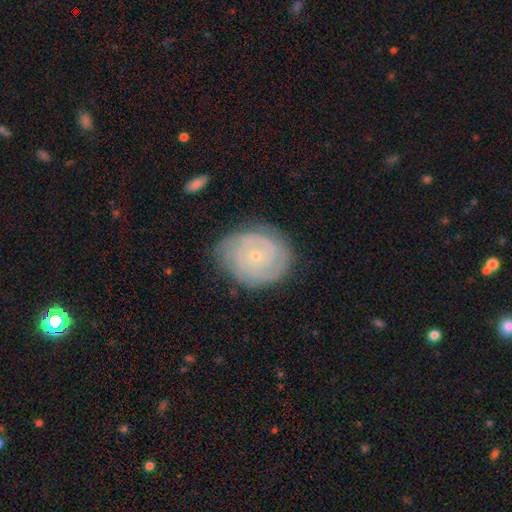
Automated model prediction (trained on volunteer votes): This is likely a featured or disk galaxy (77%). It is clearly not viewed edge-on (97%). Bar: clearly no (80%). Spiral arm pattern: clearly yes (92%). Spiral arm count: marginally can't tell (34%). Spiral winding: likely tight (77%). Central bulge: clearly small (83%). Merging: likely none (76%).